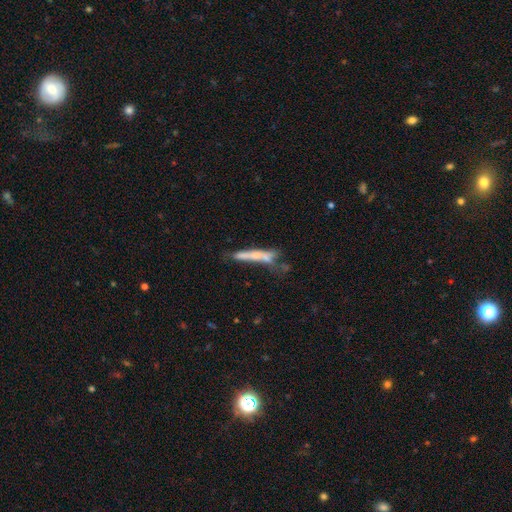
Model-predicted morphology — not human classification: This appears to be a smooth galaxy with no disk features (49%). Merging: none (44%).